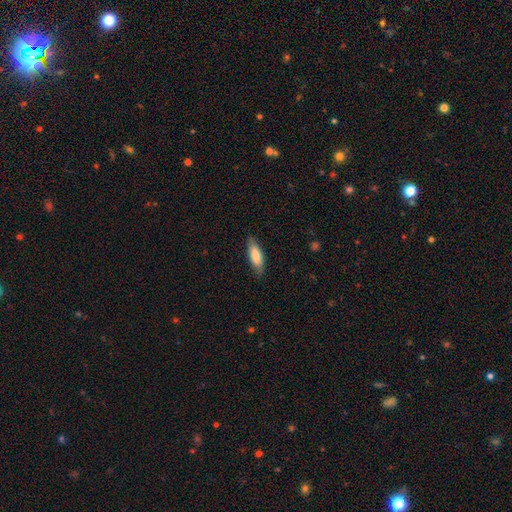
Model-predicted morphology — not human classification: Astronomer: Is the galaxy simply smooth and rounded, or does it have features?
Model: smooth — 79%.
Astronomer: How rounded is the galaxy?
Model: in between — 59% (runner-up: cigar-shaped, 39%).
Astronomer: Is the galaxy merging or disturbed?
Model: none — 82%.